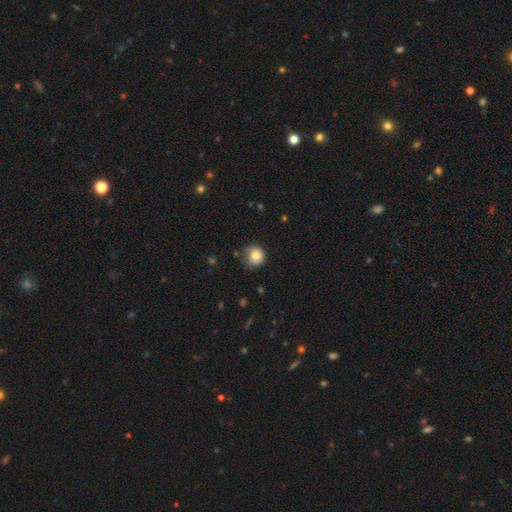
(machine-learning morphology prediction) The model was most divided on "merging": none: 65%, minor disturbance: 26%, major disturbance: 7%, merger: 2%. More confident: how rounded — round (88%); smooth or featured — smooth (84%).